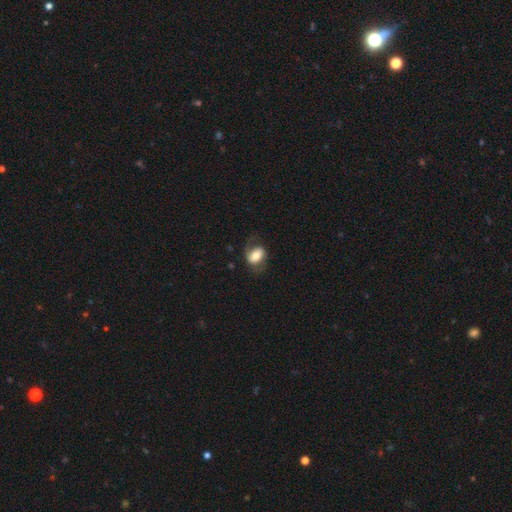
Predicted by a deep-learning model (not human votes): Smooth or featured? smooth (48%)
Merging? none (63%)